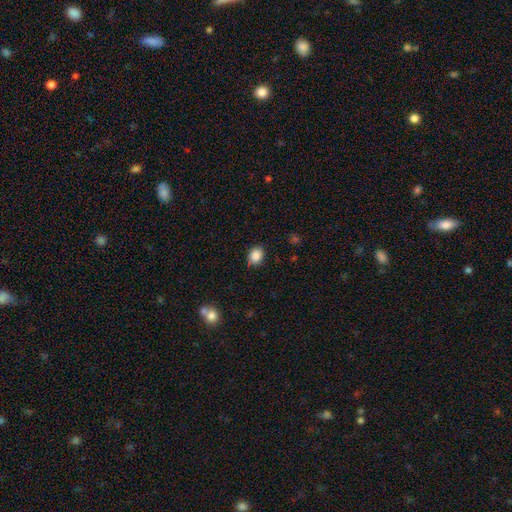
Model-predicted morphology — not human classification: Q: Smooth or featured?
A: smooth (87%); runner-up: star or artifact (9%)
Q: How rounded?
A: round (54%); runner-up: in between (45%)
Q: Merging?
A: none (86%); runner-up: minor disturbance (10%)